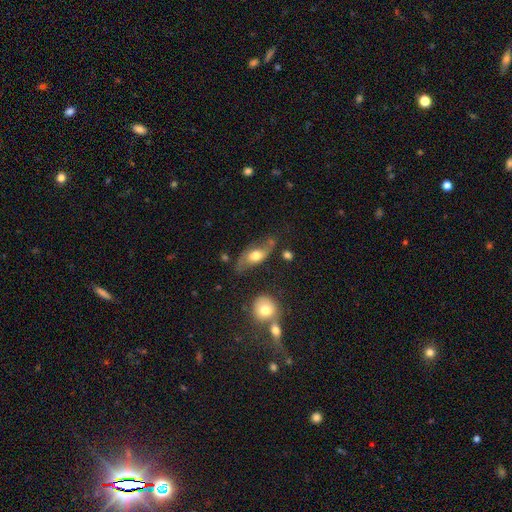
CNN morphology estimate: A featured or disk galaxy (53%). Merging: none (55%).